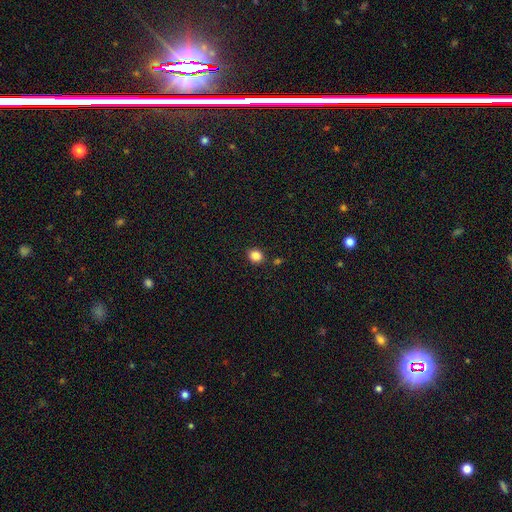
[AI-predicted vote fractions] smooth 85%, star or artifact 11%, featured or disk 4%. Down the decision tree: how rounded — round (63%); merging — none (85%).